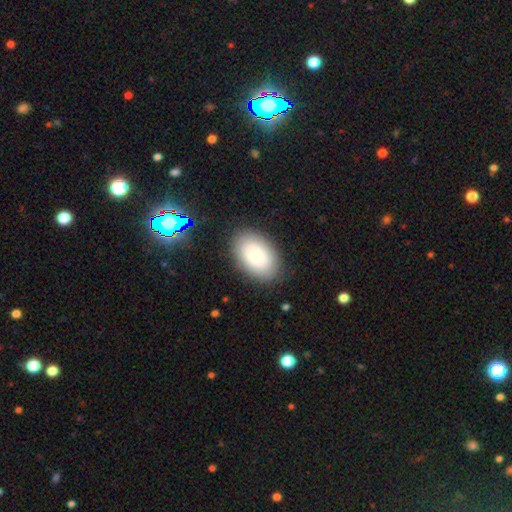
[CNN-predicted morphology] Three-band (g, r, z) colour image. It shows a smooth galaxy with no disk features (69%) that is in between round and cigar-shaped (87%). Merging: none (84%).